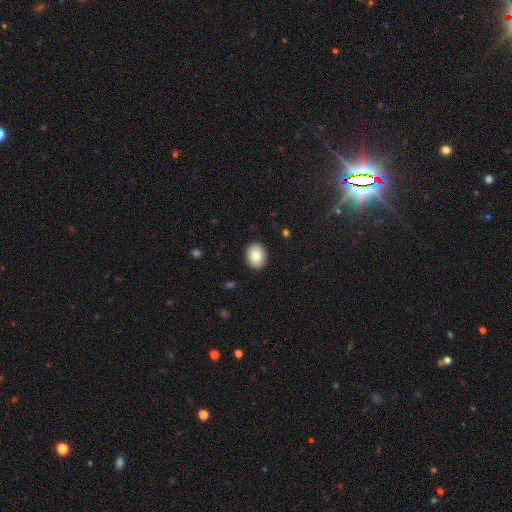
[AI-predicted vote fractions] Overall: smooth (83%). How rounded: in between (69%; round 31%). Merging: none (90%).